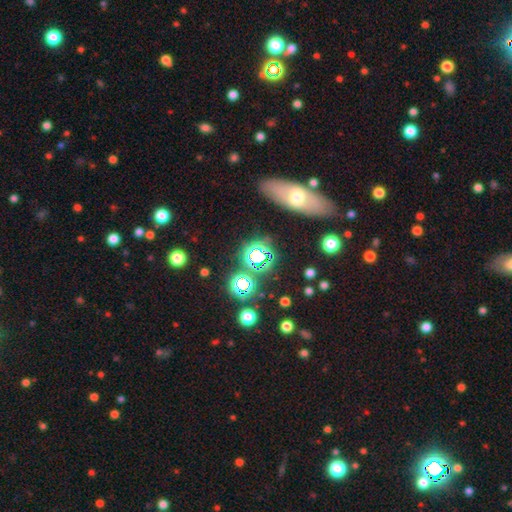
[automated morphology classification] This is likely a star or artifact rather than a galaxy (66%).